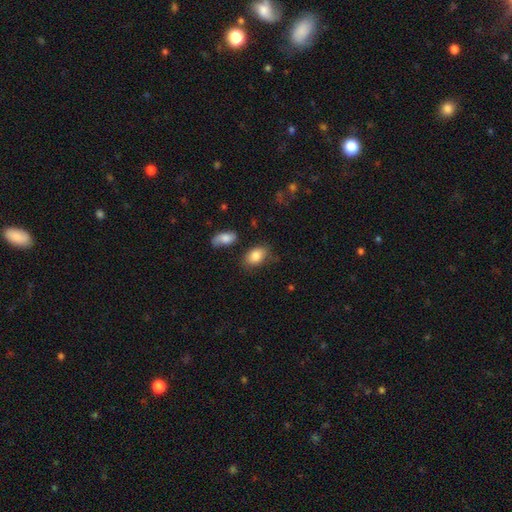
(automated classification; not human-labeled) smooth-or-featured: smooth: 83% | featured or disk: 9% | star or artifact: 8%
  how-rounded: in between: 86% | round: 13% | cigar-shaped: 2%
  merging: none: 69% | minor disturbance: 21% | major disturbance: 5% | merger: 5%